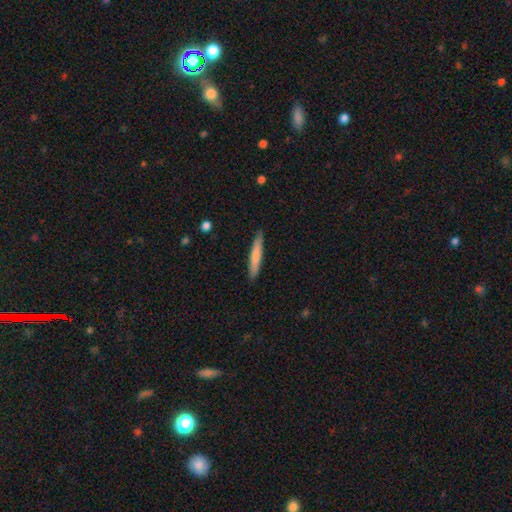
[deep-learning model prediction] The model was most divided on "smooth or featured": smooth: 73%, featured or disk: 22%, star or artifact: 5%. More confident: how rounded — cigar-shaped (94%); merging — none (89%).